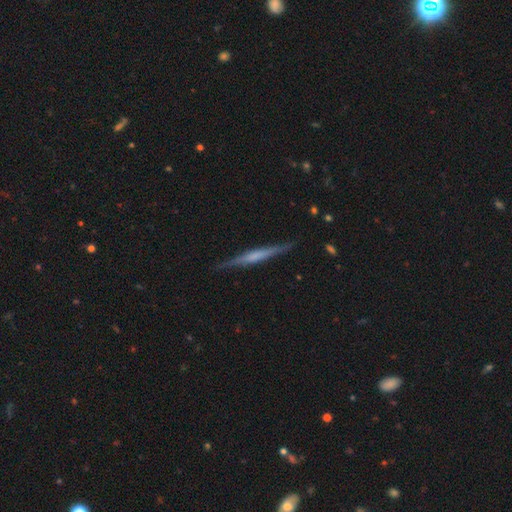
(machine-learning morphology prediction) Smooth or featured? featured or disk (65%)
Edge-on disk? yes (98%)
Edge-on bulge? none (39%)
Merging? none (89%)